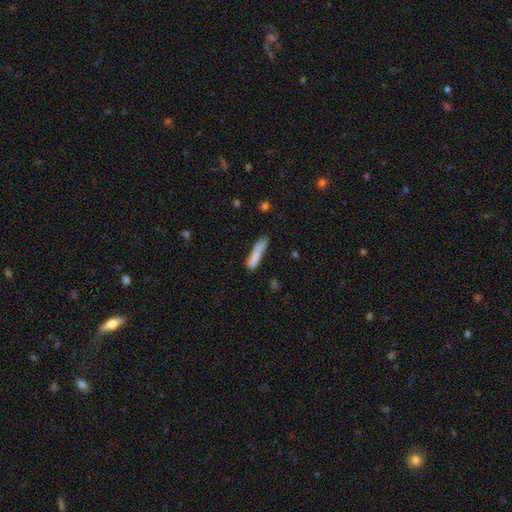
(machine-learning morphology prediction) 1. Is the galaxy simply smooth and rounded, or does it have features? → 82% smooth, 11% featured or disk, 7% star or artifact.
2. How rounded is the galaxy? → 85% cigar-shaped, 13% in between, 1% round.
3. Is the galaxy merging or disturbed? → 60% none, 27% minor disturbance, 8% major disturbance, 5% merger.